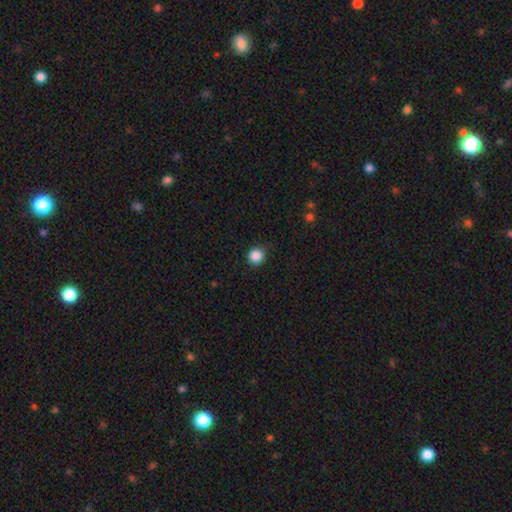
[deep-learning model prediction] A smooth galaxy with no disk features (86%) that is round (94%).

Vote fractions:
- Smooth or featured? smooth: 86% / star or artifact: 11% / featured or disk: 3%
- How rounded? round: 94% / in between: 5% / cigar-shaped: 1%
- Merging? none: 87% / minor disturbance: 10% / major disturbance: 2% / merger: 1%